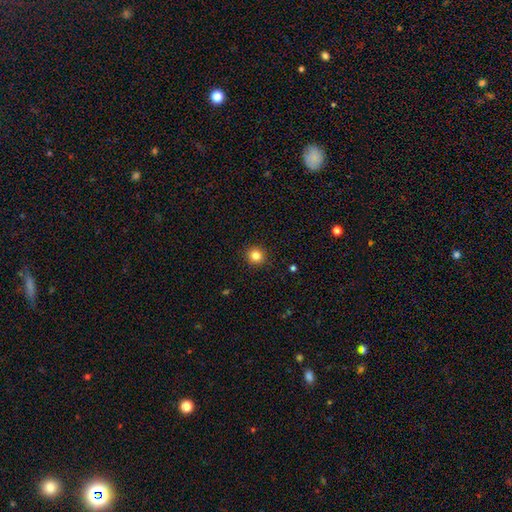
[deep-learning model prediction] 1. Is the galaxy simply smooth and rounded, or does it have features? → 83% smooth, 12% star or artifact, 5% featured or disk.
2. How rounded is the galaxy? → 93% round, 6% in between, 1% cigar-shaped.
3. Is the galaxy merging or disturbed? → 92% none, 5% minor disturbance, 2% major disturbance, 1% merger.